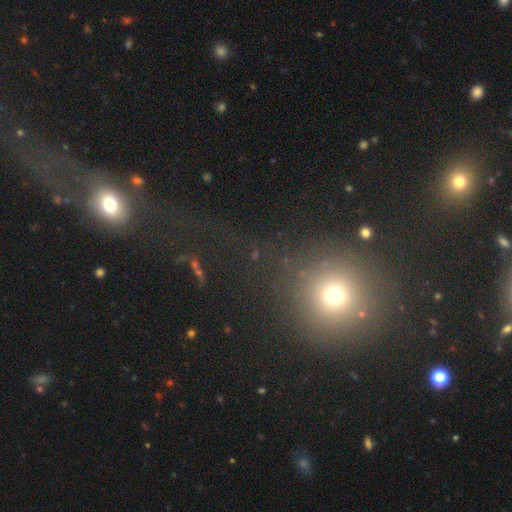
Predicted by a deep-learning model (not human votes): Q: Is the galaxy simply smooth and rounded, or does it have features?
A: smooth — 52%.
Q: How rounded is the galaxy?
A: round — 88%.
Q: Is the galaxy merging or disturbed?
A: none — 58%.